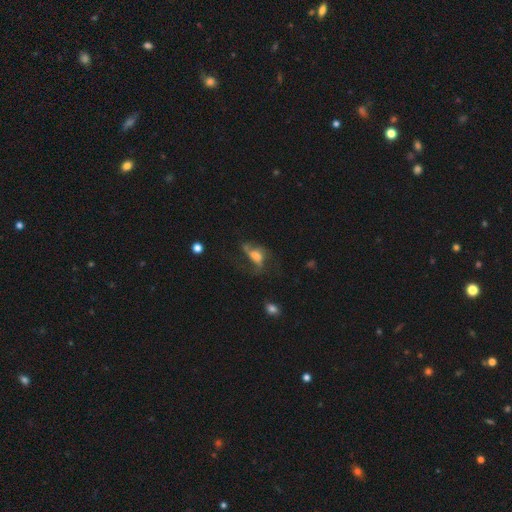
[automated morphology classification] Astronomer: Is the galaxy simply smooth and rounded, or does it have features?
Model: featured or disk — 46% (runner-up: smooth, 40%).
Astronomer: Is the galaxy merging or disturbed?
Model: major disturbance — 44% (runner-up: none, 31%).